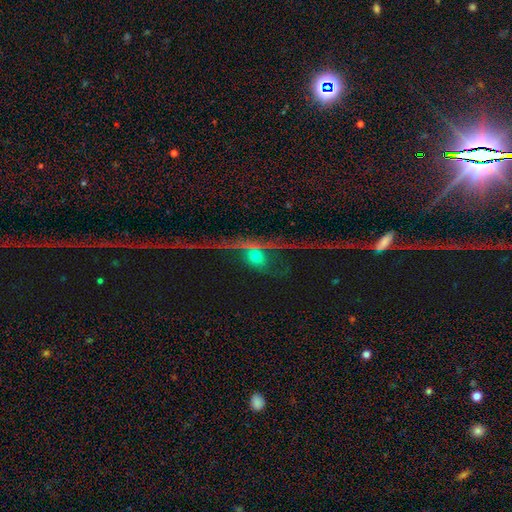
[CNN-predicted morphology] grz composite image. It shows a star or artifact, not a galaxy (42%).